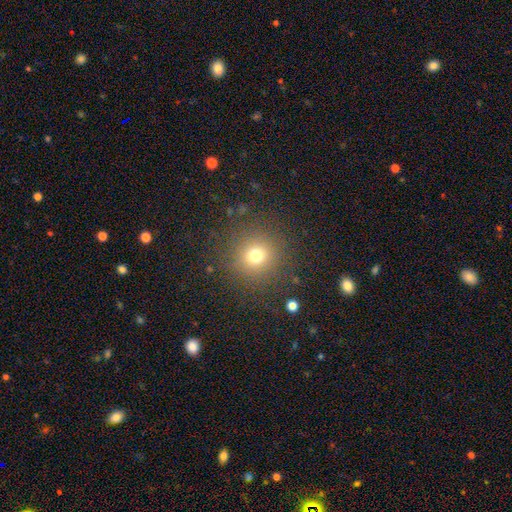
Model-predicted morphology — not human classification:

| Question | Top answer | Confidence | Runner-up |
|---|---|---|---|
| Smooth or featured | smooth | 72% | star or artifact (18%) |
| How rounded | round | 94% | in between (5%) |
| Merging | none | 87% | minor disturbance (7%) |